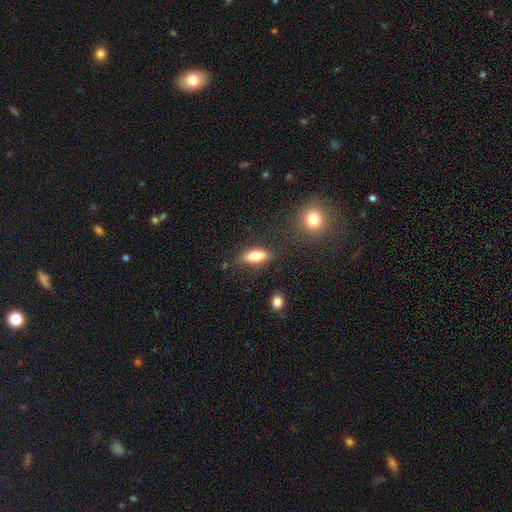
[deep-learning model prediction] Smooth or featured? smooth (74%)
How rounded? in between (73%)
Merging? none (80%)